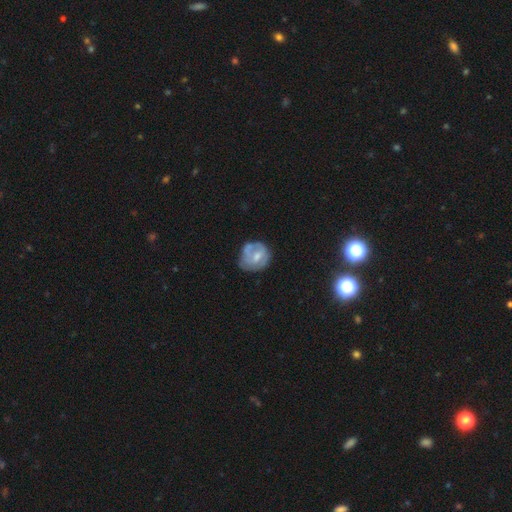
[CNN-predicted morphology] This is possibly a featured or disk galaxy (52%). It is clearly not viewed edge-on (97%). Bar: possibly no (50%). Spiral arm pattern: possibly no (50%, tied with yes). Central bulge: possibly moderate (52%). Merging: possibly none (52%).